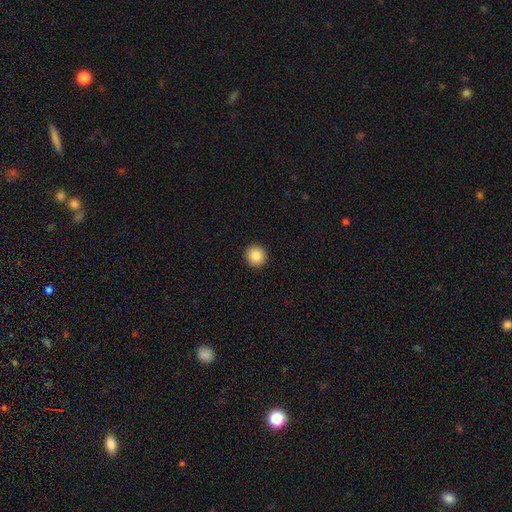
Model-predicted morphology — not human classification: The model was most divided on "smooth or featured": smooth: 87%, star or artifact: 9%, featured or disk: 4%. More confident: how rounded — round (94%); merging — none (93%).